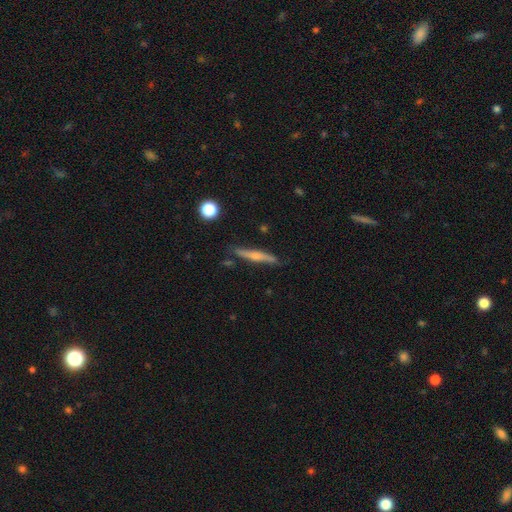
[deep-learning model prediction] This appears to be a featured or disk galaxy (53%) viewed edge-on (95%) with a rounded central bulge (69%). Merging: none (81%).